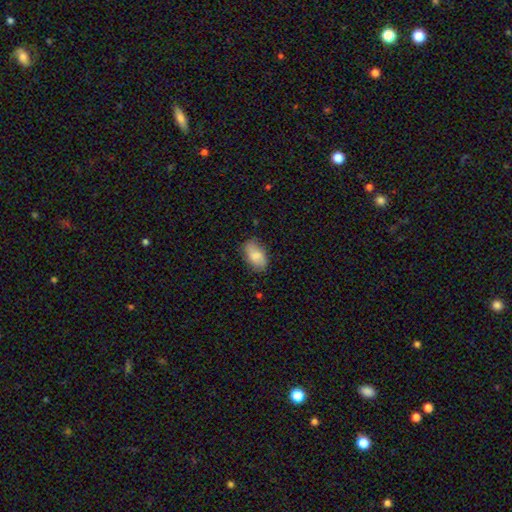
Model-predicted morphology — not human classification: This is likely a smooth galaxy (79%). How rounded: clearly in between (93%). Merging: likely none (72%).